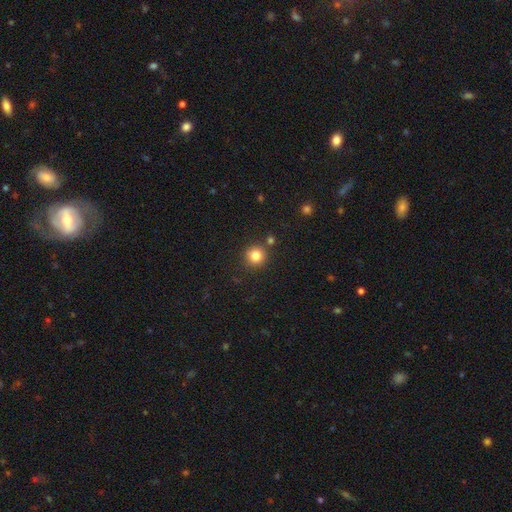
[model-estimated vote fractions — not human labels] The model was most divided on "smooth or featured": smooth: 82%, star or artifact: 12%, featured or disk: 6%. More confident: how rounded — round (93%); merging — none (83%).